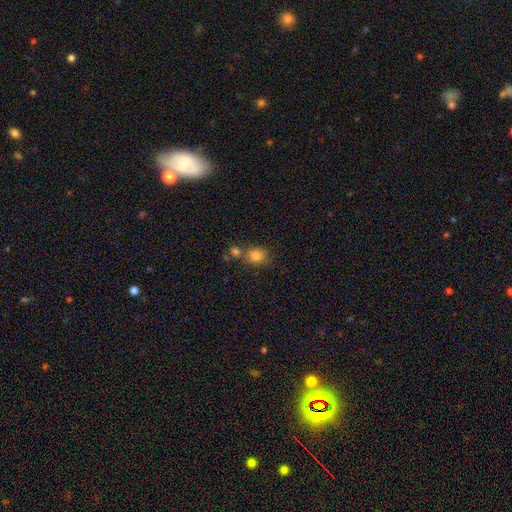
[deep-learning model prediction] smooth_or_featured: smooth (p=0.80) [alt: star or artifact p=0.12]
how_rounded: round (p=0.61) [alt: in between p=0.37]
merging: none (p=0.52) [alt: merger p=0.32]